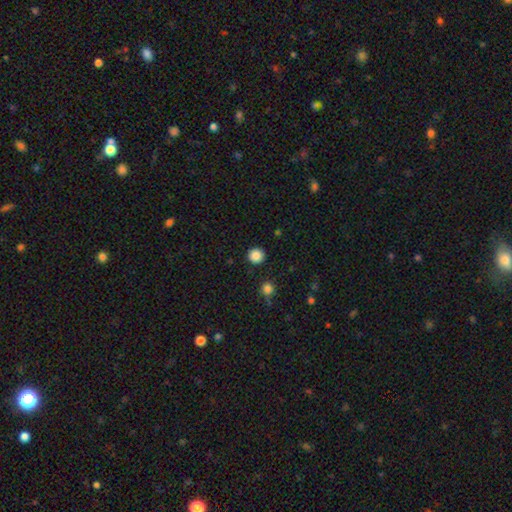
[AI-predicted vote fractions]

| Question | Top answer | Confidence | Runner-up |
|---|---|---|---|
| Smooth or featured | smooth | 87% | star or artifact (10%) |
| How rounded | round | 94% | in between (5%) |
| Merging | none | 92% | minor disturbance (4%) |